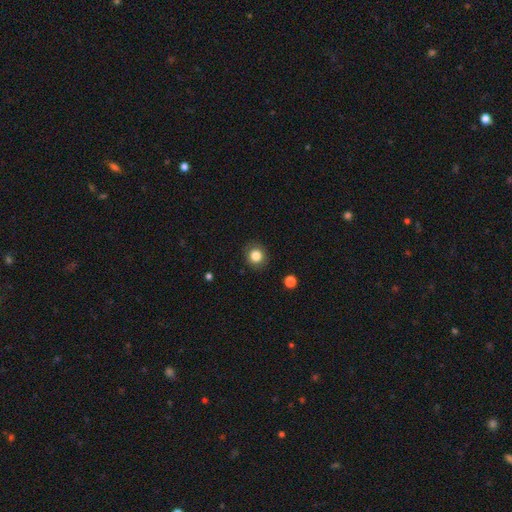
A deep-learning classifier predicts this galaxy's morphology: smooth_or_featured: smooth (p=0.84) [alt: star or artifact p=0.10]
how_rounded: round (p=0.88) [alt: in between p=0.11]
merging: none (p=0.88) [alt: minor disturbance p=0.09]